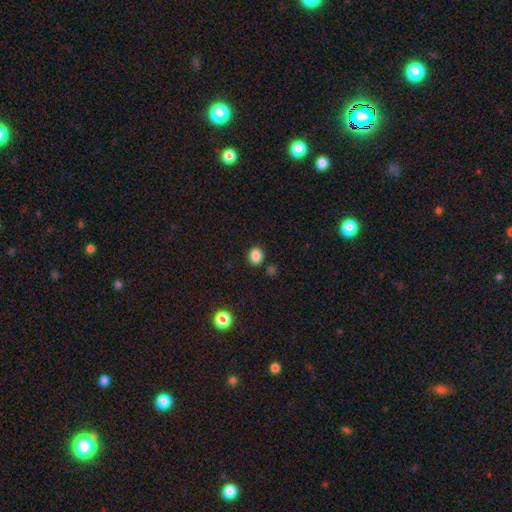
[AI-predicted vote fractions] smooth-or-featured: smooth: 85% | star or artifact: 11% | featured or disk: 4%
  how-rounded: round: 72% | in between: 28% | cigar-shaped: 1%
  merging: none: 86% | minor disturbance: 8% | merger: 4% | major disturbance: 2%